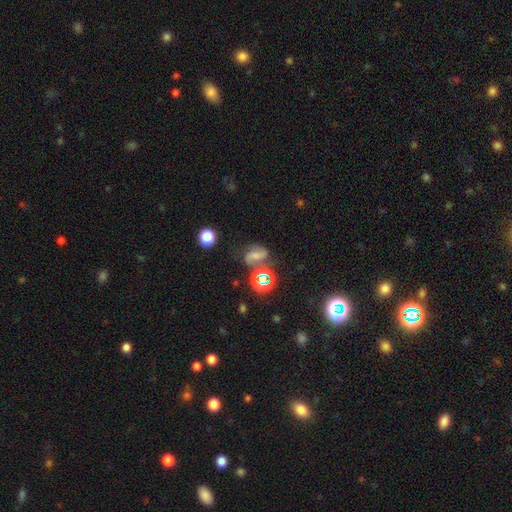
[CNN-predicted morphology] This appears to be a featured or disk galaxy (49%). Merging: none (57%).